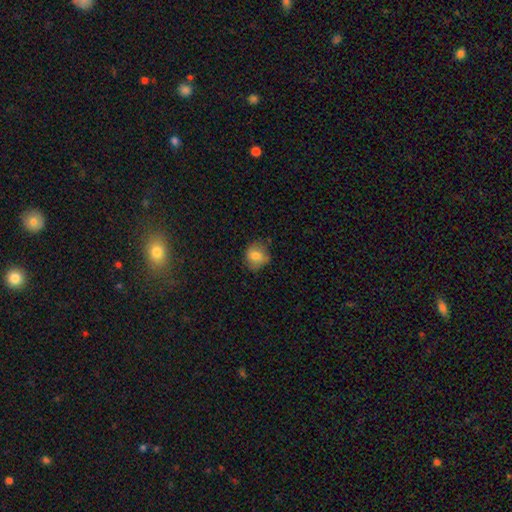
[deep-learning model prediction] Smooth or featured? Predicted: smooth (p=0.77). How rounded? Predicted: round (p=0.74). Merging? Predicted: none (p=0.72).